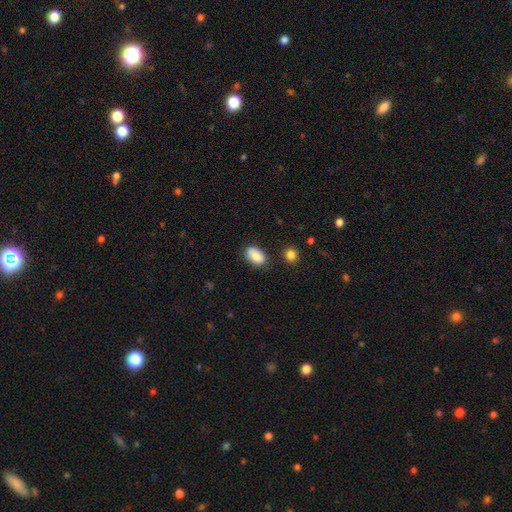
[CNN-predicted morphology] smooth-or-featured: smooth: 86% | star or artifact: 8% | featured or disk: 7%
  how-rounded: in between: 91% | round: 8% | cigar-shaped: 2%
  merging: none: 73% | minor disturbance: 19% | merger: 5% | major disturbance: 4%